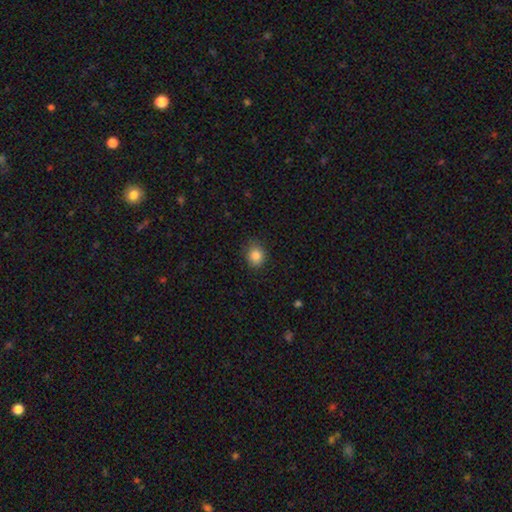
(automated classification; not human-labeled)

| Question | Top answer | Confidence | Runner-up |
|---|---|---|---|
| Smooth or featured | smooth | 85% | star or artifact (10%) |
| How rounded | round | 71% | in between (28%) |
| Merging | none | 83% | minor disturbance (13%) |